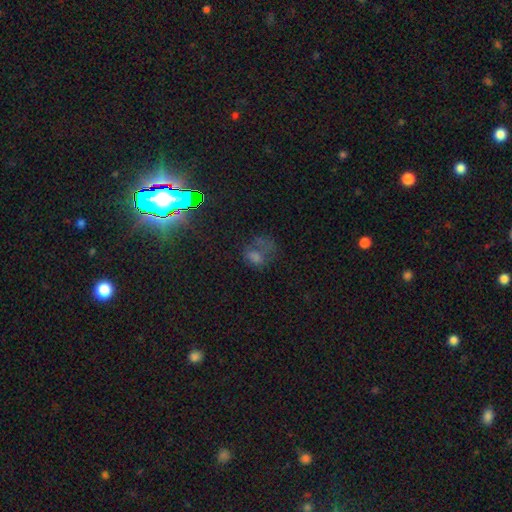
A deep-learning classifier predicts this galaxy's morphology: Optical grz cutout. It shows a star or artifact, not a galaxy (42%).